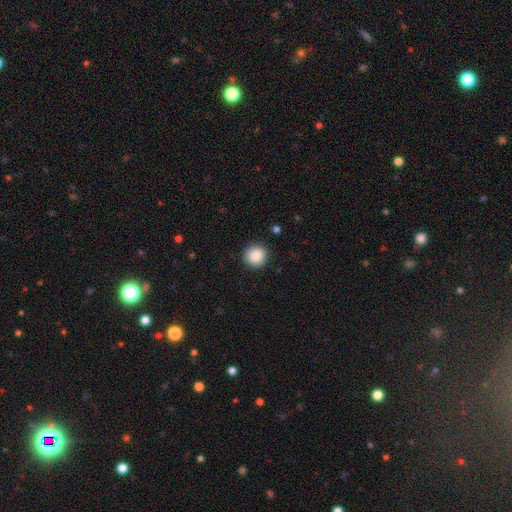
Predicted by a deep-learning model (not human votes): smooth_or_featured: smooth (p=0.87) [alt: star or artifact p=0.08]
how_rounded: round (p=0.93) [alt: in between p=0.06]
merging: none (p=0.92) [alt: minor disturbance p=0.05]